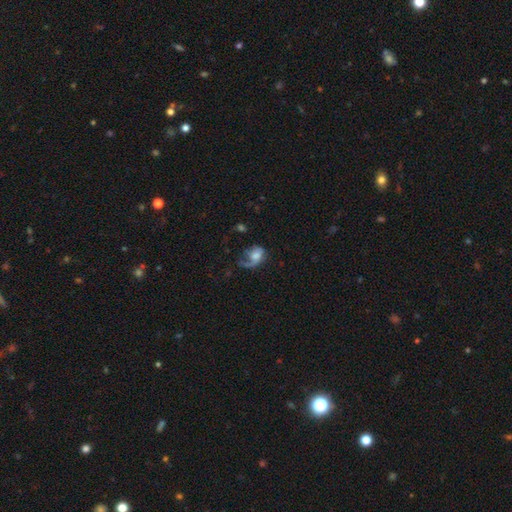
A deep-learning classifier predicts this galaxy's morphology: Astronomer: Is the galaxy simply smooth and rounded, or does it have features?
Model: featured or disk — 48% (runner-up: smooth, 43%).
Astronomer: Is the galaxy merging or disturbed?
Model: major disturbance — 48% (runner-up: none, 26%).